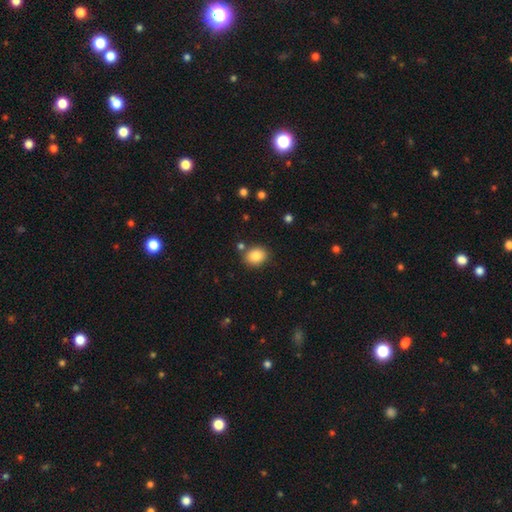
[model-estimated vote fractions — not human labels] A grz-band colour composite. It shows a smooth galaxy with no disk features (86%) that is round (50%). Merging: none (82%).